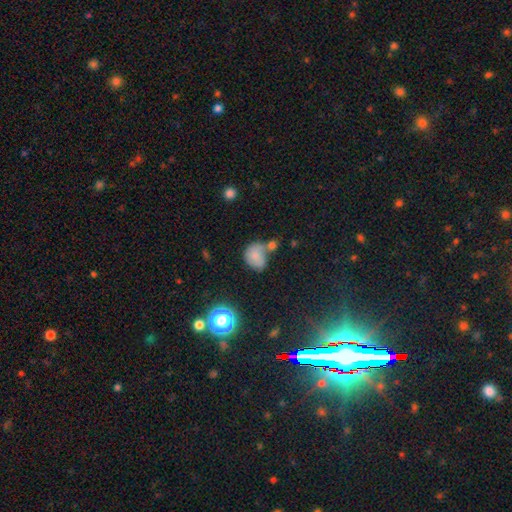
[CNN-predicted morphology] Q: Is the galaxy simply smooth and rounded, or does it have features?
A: smooth — 73%.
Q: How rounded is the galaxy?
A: in between — 54%.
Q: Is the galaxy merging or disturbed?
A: none — 34%, tied with merger.